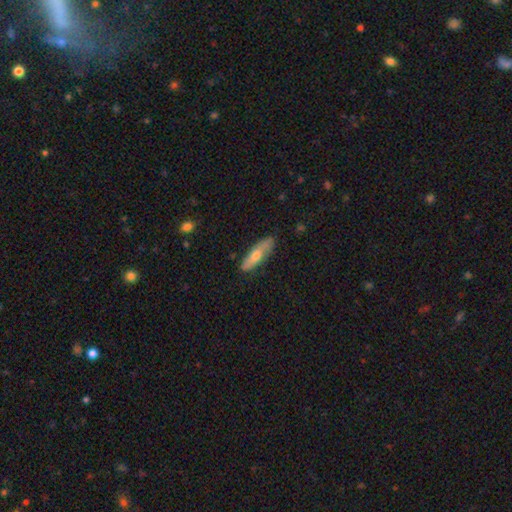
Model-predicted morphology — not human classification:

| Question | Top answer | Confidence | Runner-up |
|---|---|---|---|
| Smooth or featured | smooth | 57% | featured or disk (37%) |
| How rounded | cigar-shaped | 60% | in between (38%) |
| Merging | none | 80% | minor disturbance (16%) |